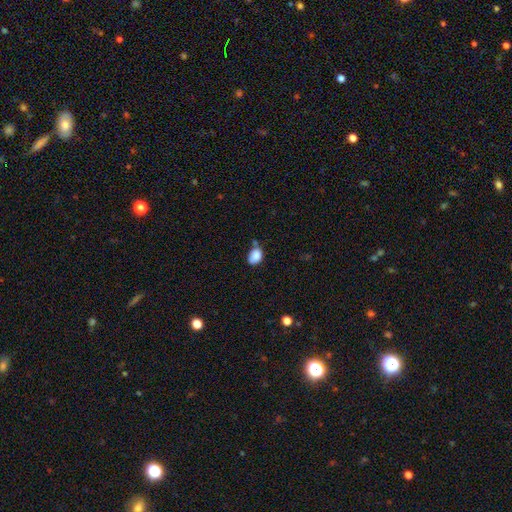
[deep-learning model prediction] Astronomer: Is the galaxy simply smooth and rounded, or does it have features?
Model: smooth — 87%.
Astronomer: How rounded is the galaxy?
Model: in between — 78%.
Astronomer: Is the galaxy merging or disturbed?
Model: none — 53%.